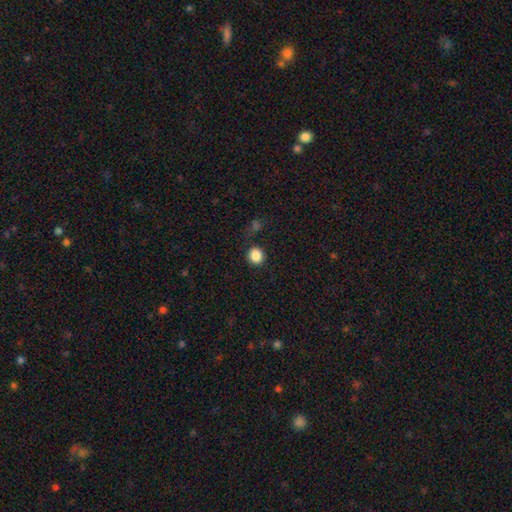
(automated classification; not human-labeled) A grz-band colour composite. It shows a smooth galaxy with no disk features (87%) that is round (87%). Merging: none (86%).